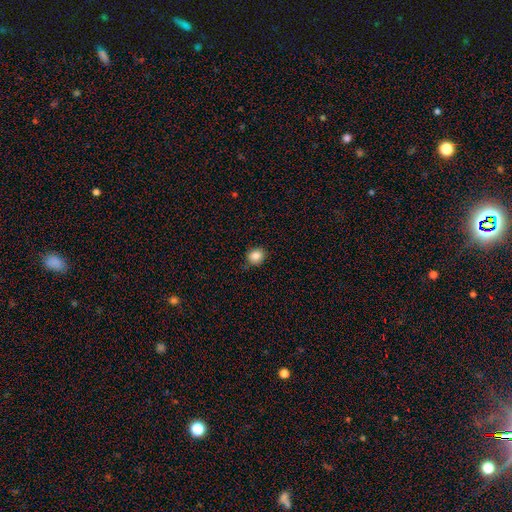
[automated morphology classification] type=smooth (85%); roundness=round (76%); merging=none (82%).